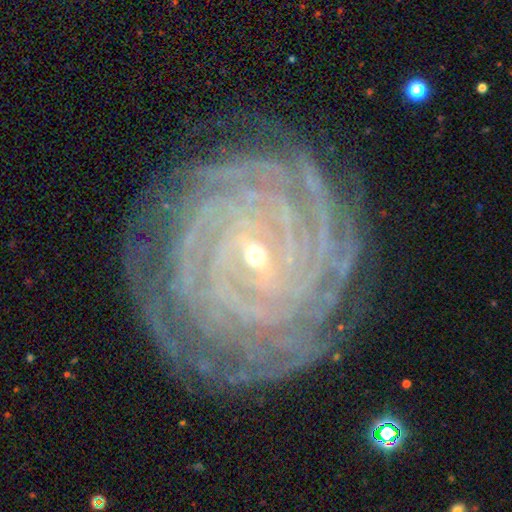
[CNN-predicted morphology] smooth_or_featured: featured or disk (p=0.91) [alt: star or artifact p=0.05]
disk_edge_on: no (p=0.97) [alt: yes p=0.03]
bar: weak (p=0.44) [alt: no p=0.32]
has_spiral_arms: yes (p=0.98) [alt: no p=0.02]
spiral_winding: tight (p=0.86) [alt: medium p=0.12]
spiral_arm_count: more than 4 (p=0.26) [alt: 4 p=0.22]
bulge_size: small (p=0.73) [alt: moderate p=0.24]
merging: none (p=0.76) [alt: minor disturbance p=0.16]